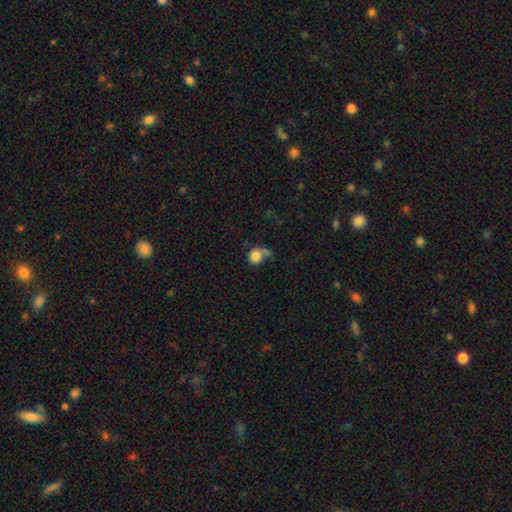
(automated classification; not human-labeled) Q: Smooth or featured?
A: smooth (76%); runner-up: featured or disk (15%)
Q: How rounded?
A: round (79%); runner-up: in between (20%)
Q: Merging?
A: none (35%); runner-up: major disturbance (26%)